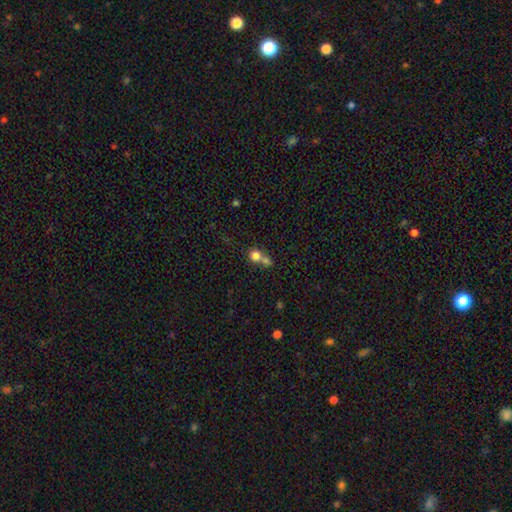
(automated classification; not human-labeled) Smooth or featured?
  - smooth: 77% *
  - star or artifact: 12%
  - featured or disk: 11%
How rounded?
  - round: 85% *
  - in between: 14%
  - cigar-shaped: 1%
Merging?
  - merger: 58% *
  - none: 33%
  - minor disturbance: 6%
  - major disturbance: 3%